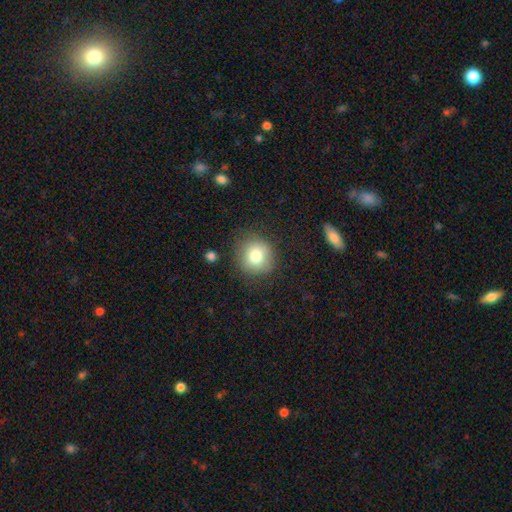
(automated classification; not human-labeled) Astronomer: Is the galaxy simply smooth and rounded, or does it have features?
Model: smooth — 79%.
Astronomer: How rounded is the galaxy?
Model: round — 87%.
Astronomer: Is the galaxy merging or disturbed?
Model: none — 82%.